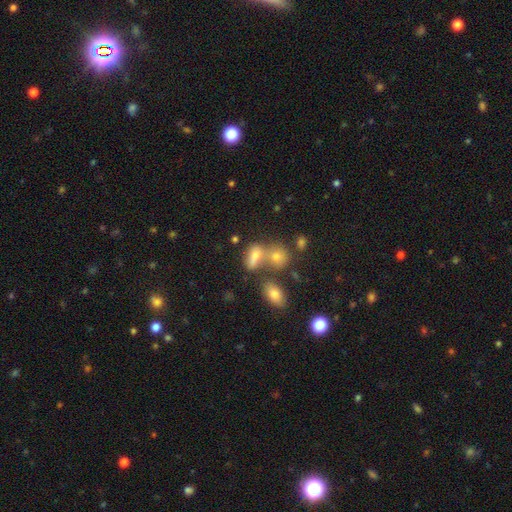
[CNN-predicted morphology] This appears to be a smooth galaxy with no disk features (67%) that is in between round and cigar-shaped (75%). Merging: merger (43%).